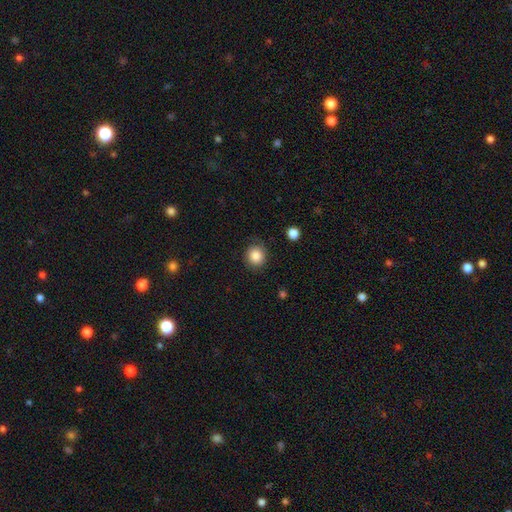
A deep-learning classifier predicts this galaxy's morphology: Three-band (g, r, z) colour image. It shows a smooth galaxy with no disk features (85%) that is round (83%). Merging: none (77%).